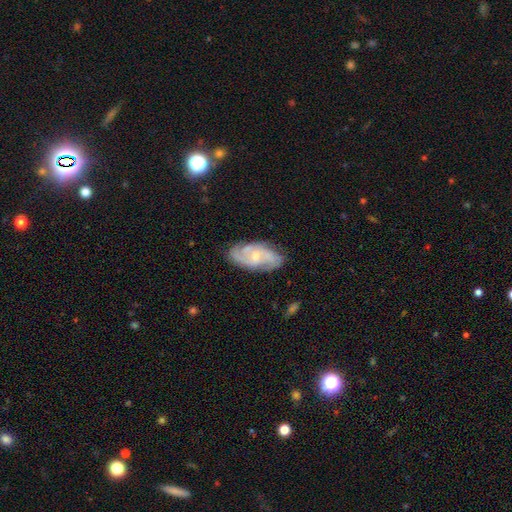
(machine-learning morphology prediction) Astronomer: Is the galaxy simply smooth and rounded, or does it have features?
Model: featured or disk — 79%.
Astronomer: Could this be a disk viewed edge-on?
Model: no — 95%.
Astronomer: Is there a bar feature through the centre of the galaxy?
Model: no — 53% (runner-up: weak, 40%).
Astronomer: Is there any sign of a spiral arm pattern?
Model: yes — 94%.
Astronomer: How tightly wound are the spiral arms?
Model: medium — 47% (runner-up: tight, 36%).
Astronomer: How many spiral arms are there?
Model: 2 — 43% (runner-up: 3, 24%).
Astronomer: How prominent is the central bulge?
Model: small — 54% (runner-up: moderate, 36%).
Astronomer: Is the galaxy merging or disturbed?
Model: none — 75%.